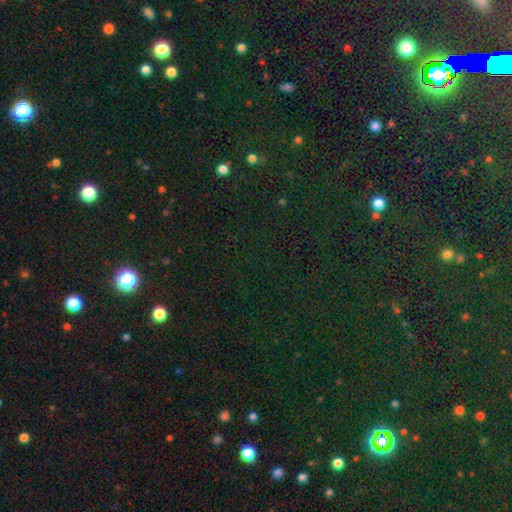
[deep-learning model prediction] A star or artifact, not a galaxy (76%).

Vote fractions:
- Smooth or featured? star or artifact: 76% / smooth: 16% / featured or disk: 7%